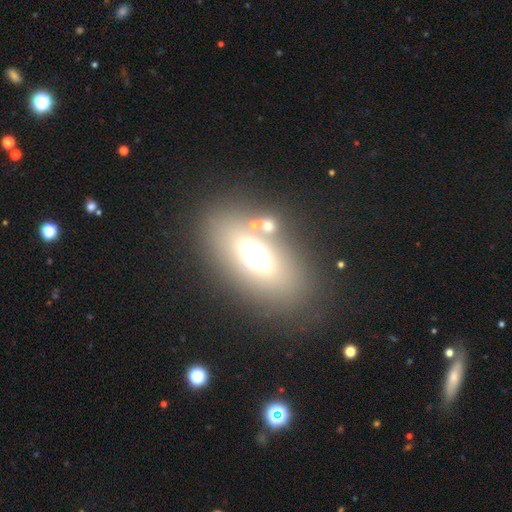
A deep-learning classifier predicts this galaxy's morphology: Smooth or featured?
  - smooth: 49% *
  - featured or disk: 33%
  - star or artifact: 18%
Merging?
  - none: 73% *
  - minor disturbance: 11%
  - merger: 10%
  - major disturbance: 7%